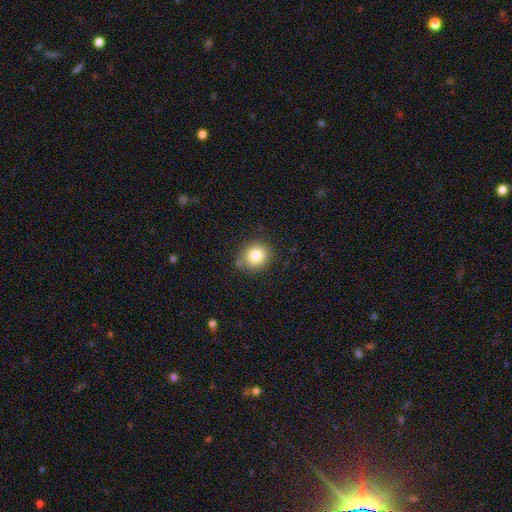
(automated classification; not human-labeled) The model was most divided on "how rounded": round: 80%, in between: 19%, cigar-shaped: 1%. More confident: smooth or featured — smooth (81%); merging — none (78%).